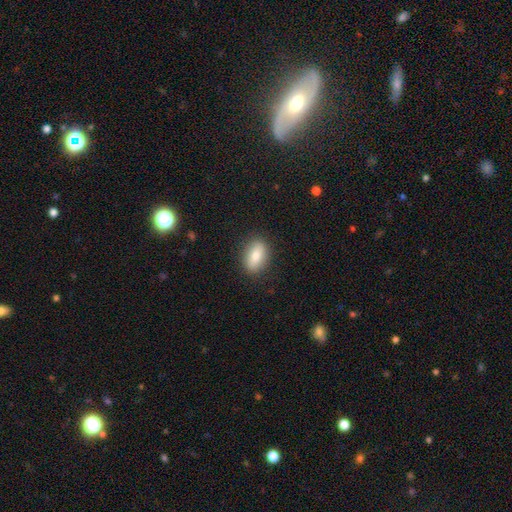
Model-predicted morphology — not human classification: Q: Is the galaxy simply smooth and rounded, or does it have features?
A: smooth — 79%.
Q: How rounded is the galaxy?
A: in between — 85%.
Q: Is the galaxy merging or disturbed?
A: none — 87%.